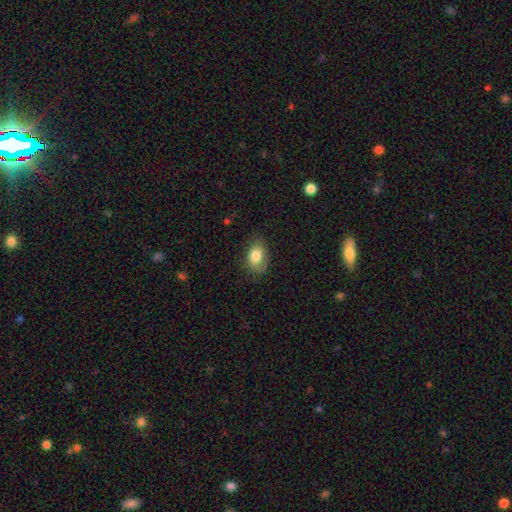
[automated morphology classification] The model was most divided on "merging": none: 64%, minor disturbance: 25%, major disturbance: 9%, merger: 1%. More confident: how rounded — in between (84%); smooth or featured — smooth (75%).